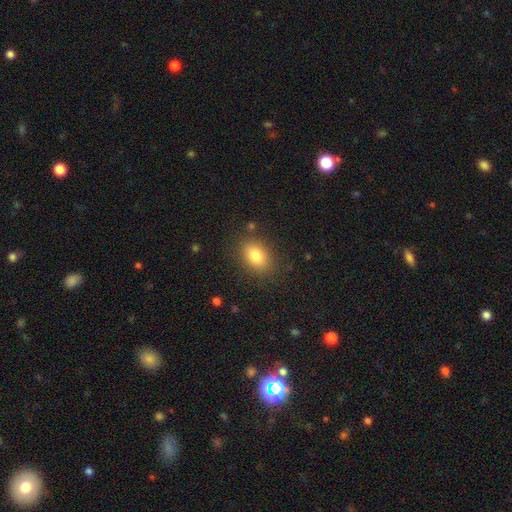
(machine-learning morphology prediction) This appears to be a smooth galaxy with no disk features (82%) that is in between round and cigar-shaped (77%). Merging: none (83%).